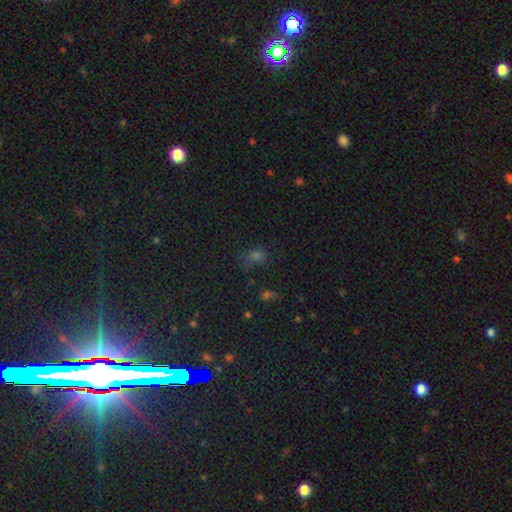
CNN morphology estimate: Overall: smooth (55%; star or artifact 37%). How rounded: round (51%; in between 47%). Merging: none (65%).